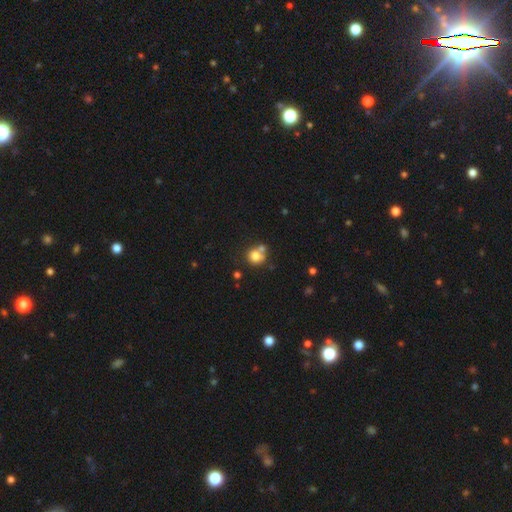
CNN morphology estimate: A smooth galaxy with no disk features (77%) that is round (83%).

Vote fractions:
- Smooth or featured? smooth: 77% / star or artifact: 11% / featured or disk: 11%
- How rounded? round: 83% / in between: 16% / cigar-shaped: 1%
- Merging? none: 51% / merger: 34% / minor disturbance: 11% / major disturbance: 5%